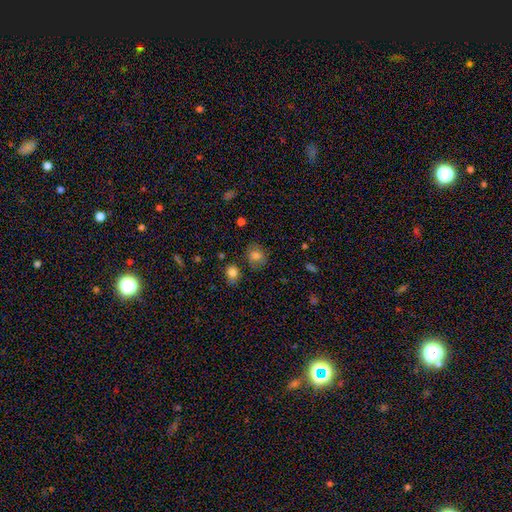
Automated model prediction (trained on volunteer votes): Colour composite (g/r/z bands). It shows a smooth galaxy with no disk features (77%) that is round (61%). Merging: none (73%).